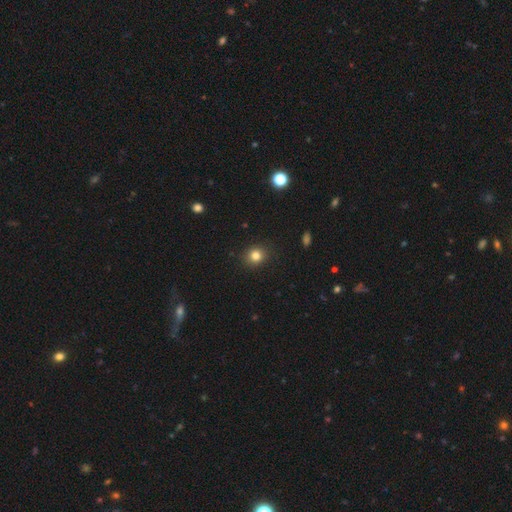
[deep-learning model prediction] Smooth or featured: smooth — 82% (star or artifact — 12%)
How rounded: round — 82% (in between — 17%)
Merging: none — 90% (minor disturbance — 7%)